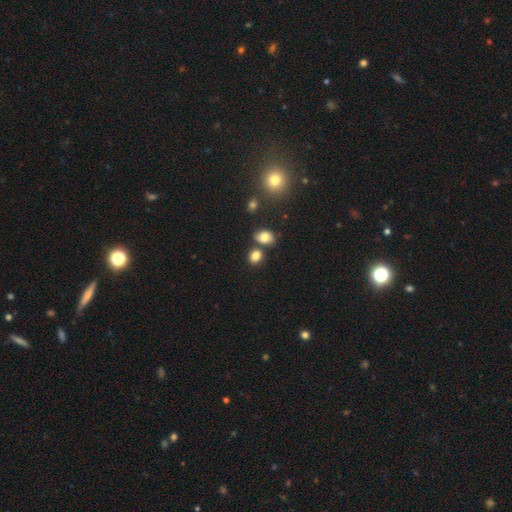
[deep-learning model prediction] smooth-or-featured: smooth: 82% | star or artifact: 12% | featured or disk: 7%
  how-rounded: round: 50% | in between: 49% | cigar-shaped: 1%
  merging: none: 65% | merger: 20% | minor disturbance: 11% | major disturbance: 3%